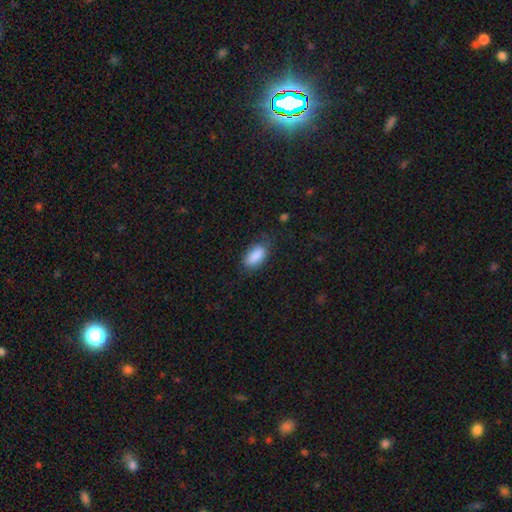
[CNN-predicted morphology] The model was most divided on "merging": none: 72%, minor disturbance: 20%, major disturbance: 6%, merger: 2%. More confident: how rounded — in between (90%); smooth or featured — smooth (87%).